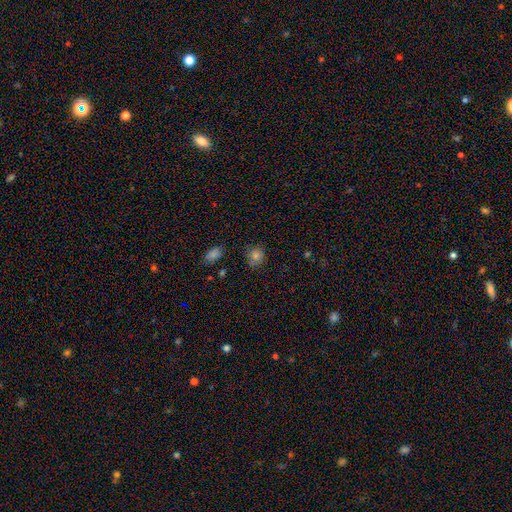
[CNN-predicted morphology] Smooth or featured?
  - smooth: 74% *
  - star or artifact: 16%
  - featured or disk: 11%
How rounded?
  - round: 79% *
  - in between: 20%
  - cigar-shaped: 1%
Merging?
  - none: 79% *
  - minor disturbance: 16%
  - major disturbance: 3%
  - merger: 2%